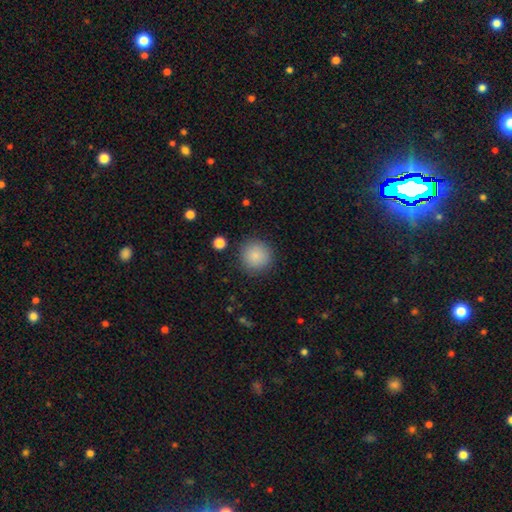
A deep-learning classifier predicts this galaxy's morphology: This is clearly a smooth galaxy (87%). How rounded: clearly round (94%). Merging: clearly none (88%).